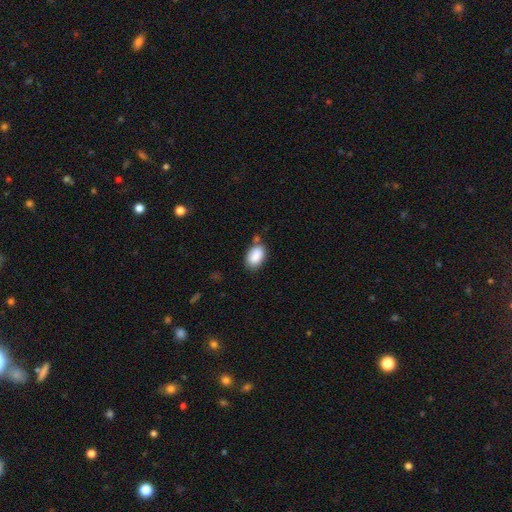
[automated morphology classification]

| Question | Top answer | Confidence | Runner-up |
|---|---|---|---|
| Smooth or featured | smooth | 88% | star or artifact (7%) |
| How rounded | in between | 89% | round (10%) |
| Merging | none | 67% | minor disturbance (20%) |